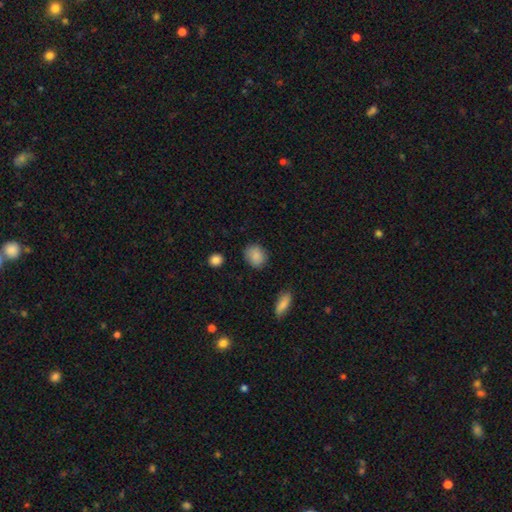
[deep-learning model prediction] smooth_or_featured: smooth (p=0.87) [alt: star or artifact p=0.08]
how_rounded: round (p=0.62) [alt: in between p=0.37]
merging: none (p=0.82) [alt: minor disturbance p=0.13]